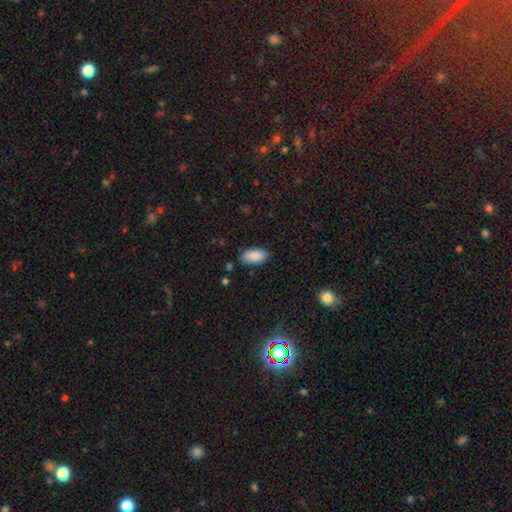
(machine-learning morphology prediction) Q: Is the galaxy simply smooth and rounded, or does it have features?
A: smooth — 88%.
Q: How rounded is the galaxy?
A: in between — 93%.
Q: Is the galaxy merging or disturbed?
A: none — 83%.